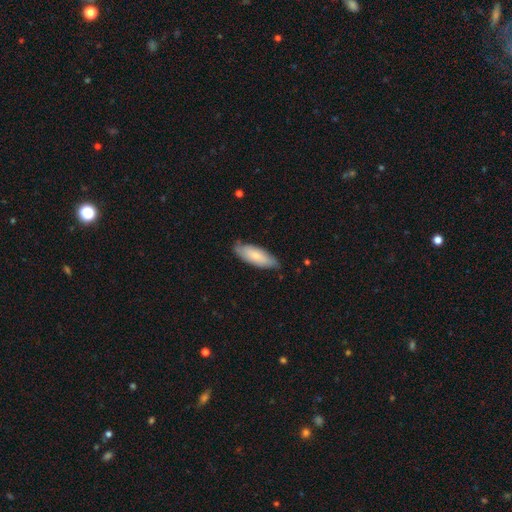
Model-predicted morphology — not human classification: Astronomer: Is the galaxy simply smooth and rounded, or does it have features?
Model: smooth — 68%.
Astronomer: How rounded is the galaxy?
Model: in between — 71%.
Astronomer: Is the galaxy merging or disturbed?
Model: none — 74%.